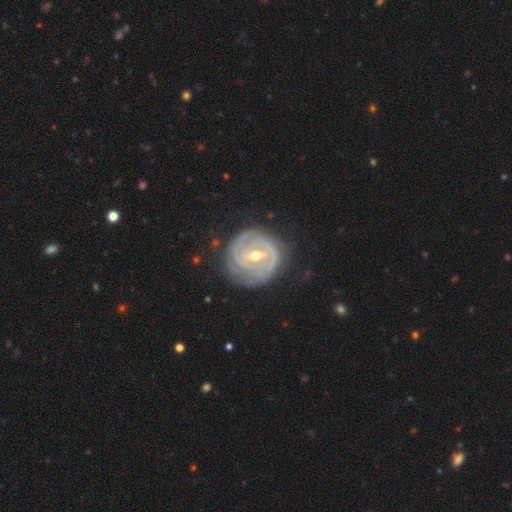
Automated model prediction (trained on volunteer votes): Smooth or featured? Predicted: featured or disk (p=0.89). Edge-on disk? Predicted: no (p=0.97). Bar? Predicted: weak (p=0.48). Spiral arms? Predicted: yes (p=0.96). Spiral winding? Predicted: tight (p=0.81). Spiral arm count? Predicted: 2 (p=0.32). Bulge size? Predicted: moderate (p=0.62). Merging? Predicted: none (p=0.76).